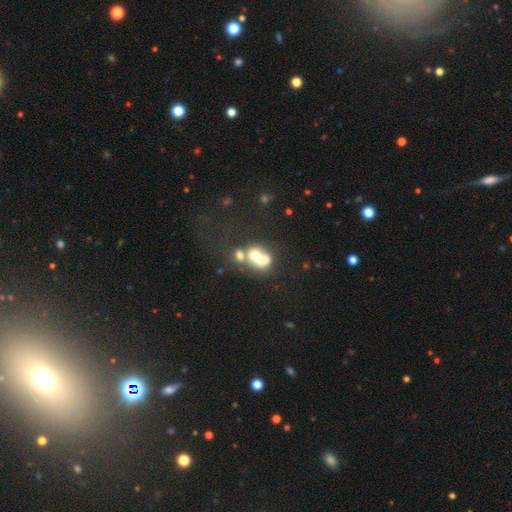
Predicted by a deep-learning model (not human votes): Morphology: type=smooth (53%); roundness=in between (64%); merging=merger (58%).